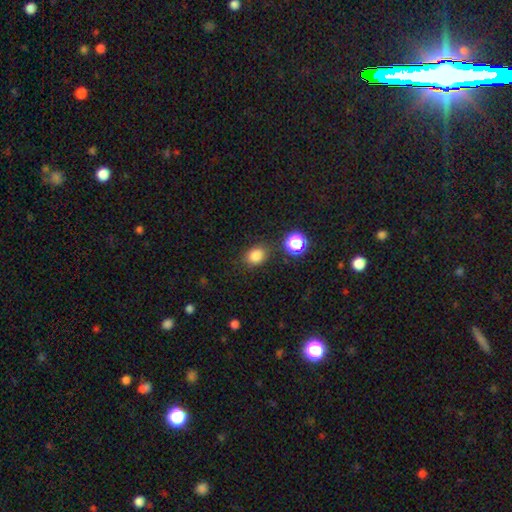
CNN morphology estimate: smooth 82%, star or artifact 14%, featured or disk 5%. Down the decision tree: how rounded — round (52%); merging — none (81%).